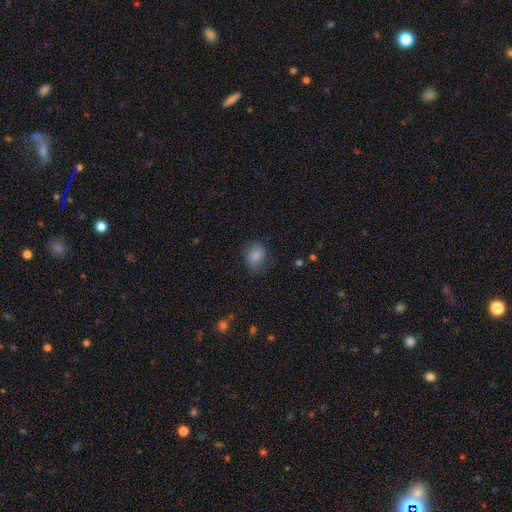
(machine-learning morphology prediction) Smooth or featured?
  - smooth: 80% *
  - featured or disk: 11%
  - star or artifact: 9%
How rounded?
  - in between: 61% *
  - round: 37%
  - cigar-shaped: 1%
Merging?
  - none: 69% *
  - minor disturbance: 22%
  - major disturbance: 8%
  - merger: 1%